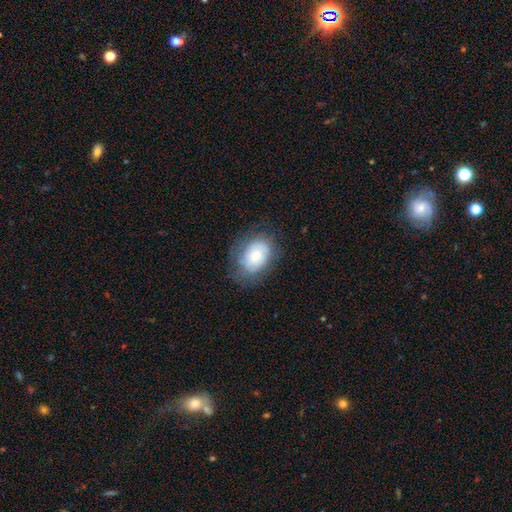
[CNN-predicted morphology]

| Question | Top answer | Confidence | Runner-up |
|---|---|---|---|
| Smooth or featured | smooth | 62% | featured or disk (30%) |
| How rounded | in between | 75% | round (24%) |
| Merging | none | 65% | minor disturbance (23%) |